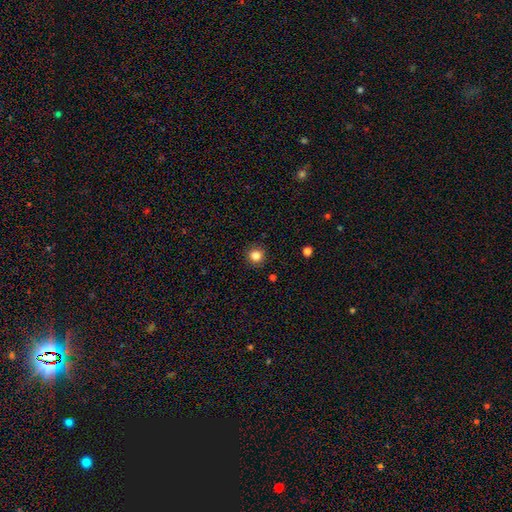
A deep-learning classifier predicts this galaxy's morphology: smooth-or-featured: smooth: 83% | star or artifact: 12% | featured or disk: 5%
  how-rounded: round: 91% | in between: 8% | cigar-shaped: 1%
  merging: none: 90% | minor disturbance: 6% | major disturbance: 2% | merger: 1%